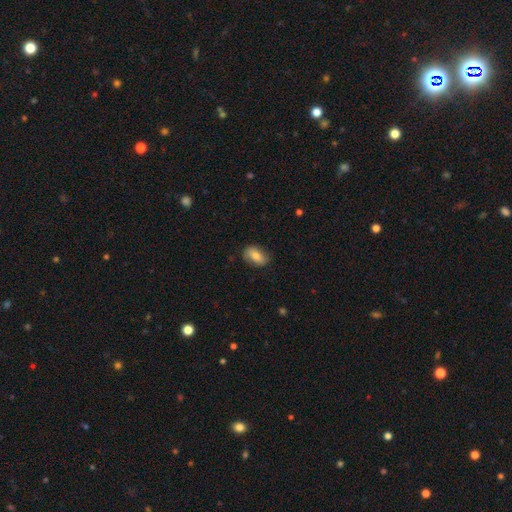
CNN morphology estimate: A smooth galaxy with no disk features (75%) that is in between round and cigar-shaped (87%).

Vote fractions:
- Smooth or featured? smooth: 75% / featured or disk: 18% / star or artifact: 7%
- How rounded? in between: 87% / round: 8% / cigar-shaped: 5%
- Merging? none: 81% / minor disturbance: 15% / major disturbance: 3% / merger: 1%